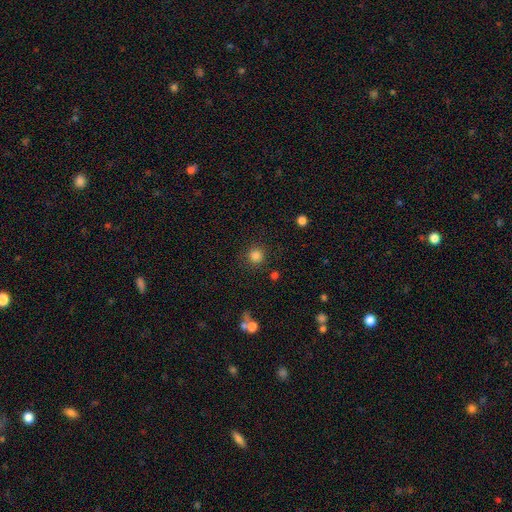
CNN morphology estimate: A smooth galaxy with no disk features (84%) that is round (94%). Merging: none (87%).